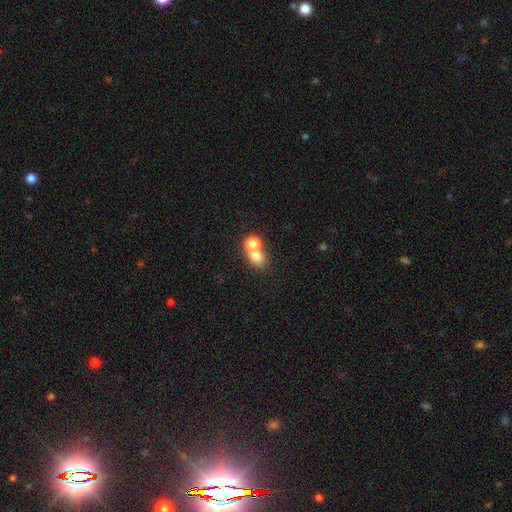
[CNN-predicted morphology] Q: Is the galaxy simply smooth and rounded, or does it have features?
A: smooth — 76%.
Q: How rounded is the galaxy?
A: round — 59%.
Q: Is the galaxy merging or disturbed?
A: merger — 61%.